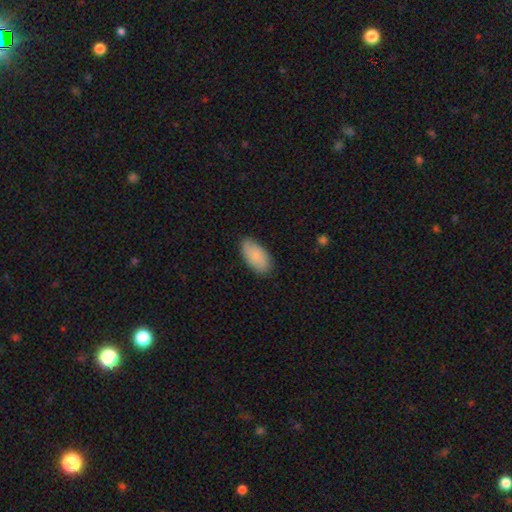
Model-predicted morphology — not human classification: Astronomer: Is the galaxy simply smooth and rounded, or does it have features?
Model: smooth — 84%.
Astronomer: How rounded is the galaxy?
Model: in between — 95%.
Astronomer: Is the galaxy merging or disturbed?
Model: none — 84%.